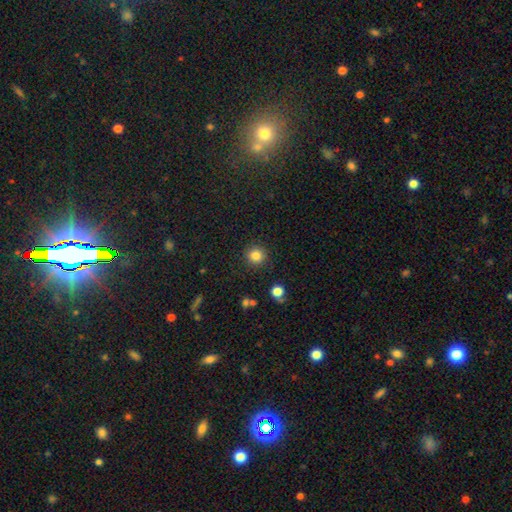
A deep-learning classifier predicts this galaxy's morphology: A smooth galaxy with no disk features (83%) that is round (94%).

Vote fractions:
- Smooth or featured? smooth: 83% / star or artifact: 12% / featured or disk: 5%
- How rounded? round: 94% / in between: 5% / cigar-shaped: 1%
- Merging? none: 90% / minor disturbance: 6% / major disturbance: 2% / merger: 2%